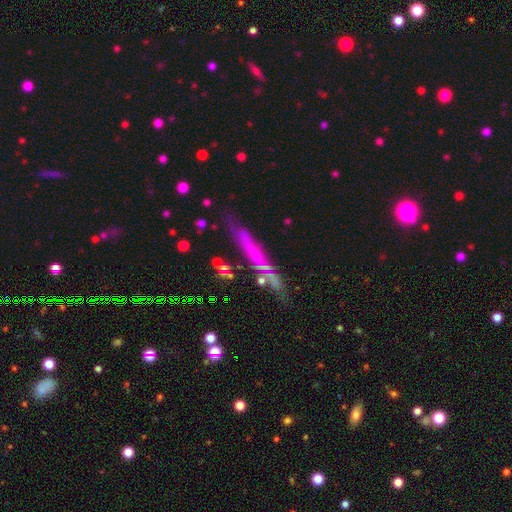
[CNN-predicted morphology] A featured or disk galaxy (43%). Merging: none (79%).